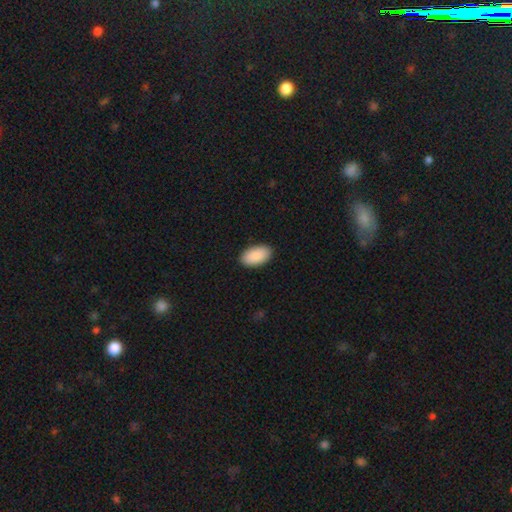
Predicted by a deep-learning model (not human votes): Q: Smooth or featured?
A: smooth (91%); runner-up: star or artifact (6%)
Q: How rounded?
A: in between (96%); runner-up: round (3%)
Q: Merging?
A: none (89%); runner-up: minor disturbance (8%)